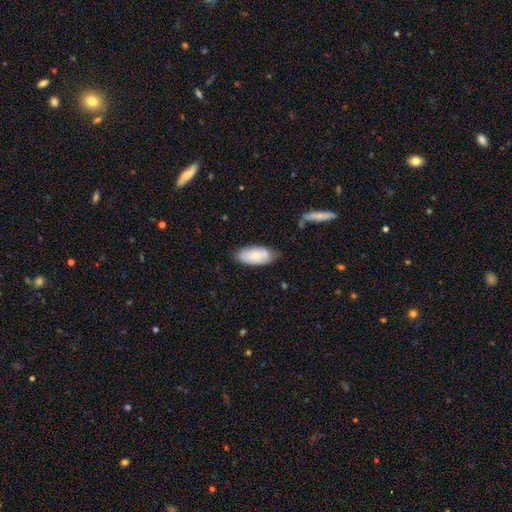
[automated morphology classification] The model was most divided on "merging": none: 71%, minor disturbance: 23%, major disturbance: 4%, merger: 2%. More confident: how rounded — in between (92%); smooth or featured — smooth (79%).